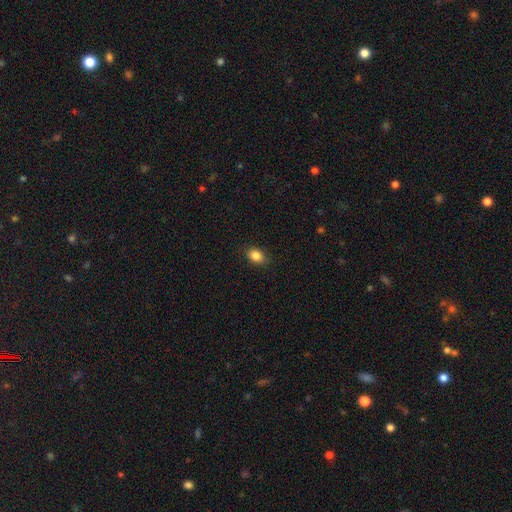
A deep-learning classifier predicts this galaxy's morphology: The model was most divided on "how rounded": in between: 70%, round: 29%, cigar-shaped: 1%. More confident: merging — none (86%); smooth or featured — smooth (85%).